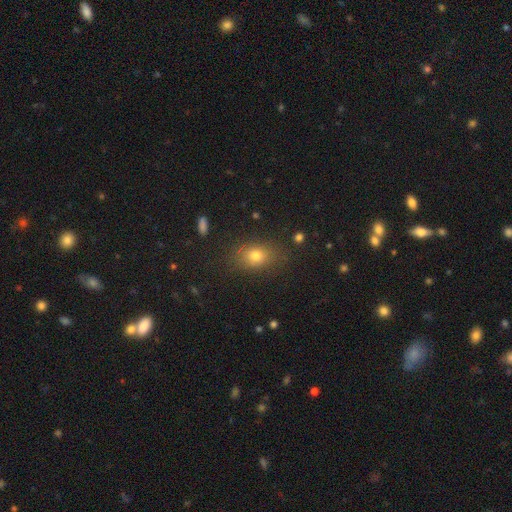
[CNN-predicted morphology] This appears to be a smooth galaxy with no disk features (75%) that is in between round and cigar-shaped (64%). Merging: none (80%).